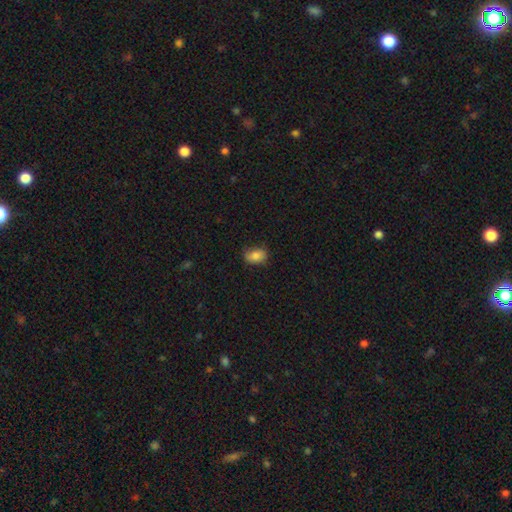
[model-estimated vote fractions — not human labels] The model was most divided on "merging": none: 75%, minor disturbance: 20%, major disturbance: 4%, merger: 1%. More confident: smooth or featured — smooth (82%); how rounded — in between (82%).